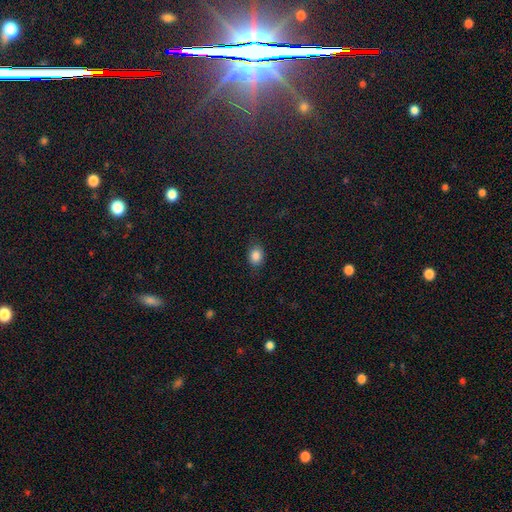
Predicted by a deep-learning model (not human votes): Smooth or featured? smooth (86%)
How rounded? in between (55%)
Merging? none (81%)